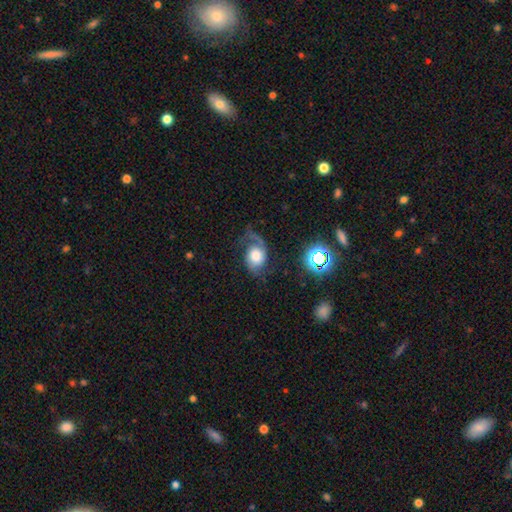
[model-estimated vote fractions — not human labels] Morphology: type=featured or disk (70%); edge-on=no (97%); bar=no (71%); spiral arms=yes (93%); winding=loose (53%); arm count=2 (79%); bulge=large (43%); merging=none (53%).